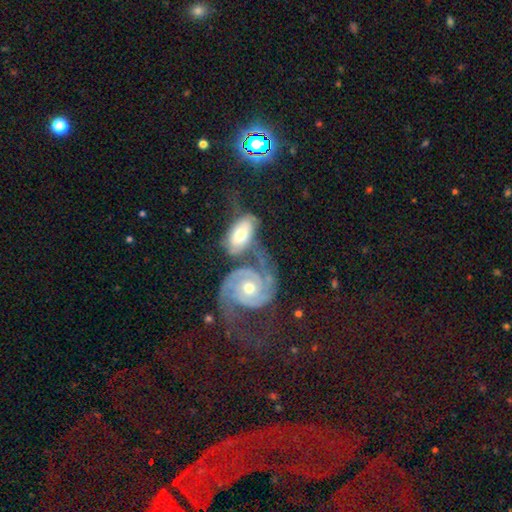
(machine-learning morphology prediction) The model was most divided on "merging": merger: 38%, none: 37%, minor disturbance: 13%, major disturbance: 12%. Remaining: edge-on disk — no (95%); spiral arms — yes (94%); spiral arm count — 2 (83%); smooth or featured — featured or disk (82%); bar — no (67%); bulge size — moderate (57%); spiral winding — tight (50%).